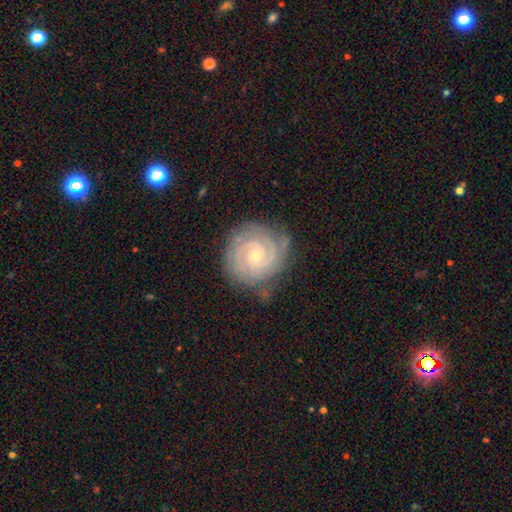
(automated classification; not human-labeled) Smooth or featured? featured or disk (88%)
Edge-on disk? no (98%)
Bar? no (71%)
Spiral arms? yes (98%)
Spiral winding? tight (84%)
Spiral arm count? 2 (52%)
Bulge size? small (77%)
Merging? none (79%)